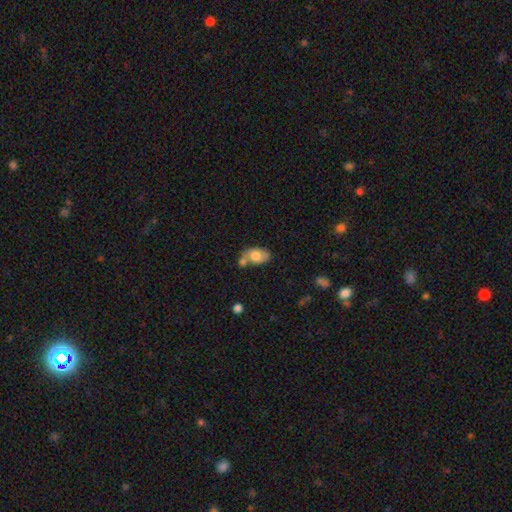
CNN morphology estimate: Q: Smooth or featured?
A: smooth (72%); runner-up: featured or disk (21%)
Q: How rounded?
A: in between (87%); runner-up: round (11%)
Q: Merging?
A: none (41%); runner-up: merger (34%)